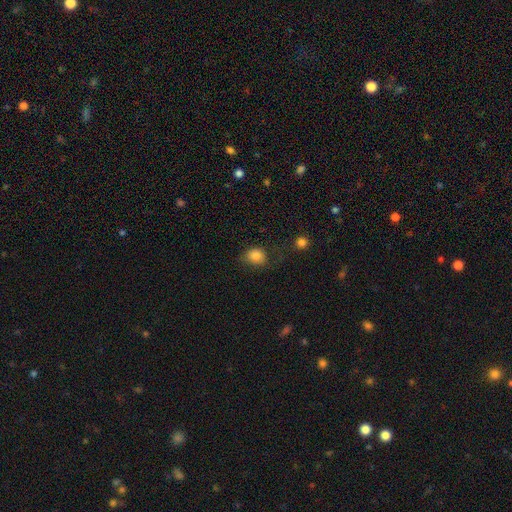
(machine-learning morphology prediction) smooth 84%, star or artifact 10%, featured or disk 6%. Down the decision tree: how rounded — round (59%); merging — none (55%).